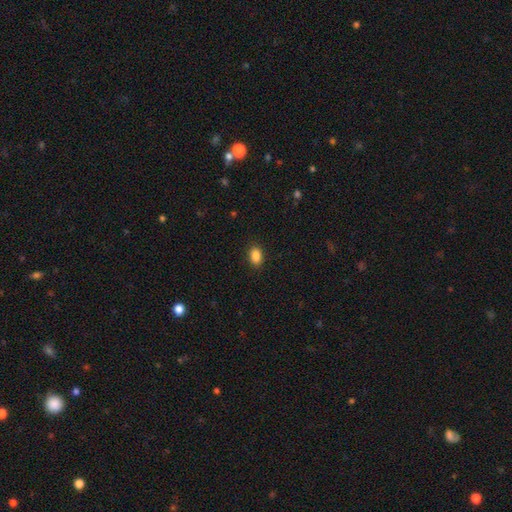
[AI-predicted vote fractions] Overall: smooth (88%). How rounded: in between (84%). Merging: none (89%).